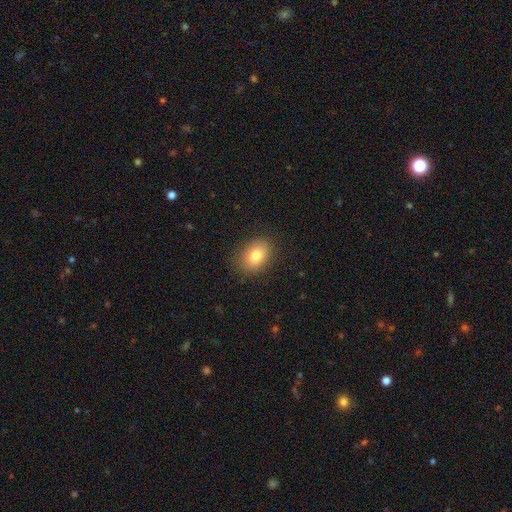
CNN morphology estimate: smooth_or_featured: smooth (p=0.79) [alt: featured or disk p=0.11]
how_rounded: in between (p=0.69) [alt: round p=0.30]
merging: none (p=0.85) [alt: minor disturbance p=0.11]